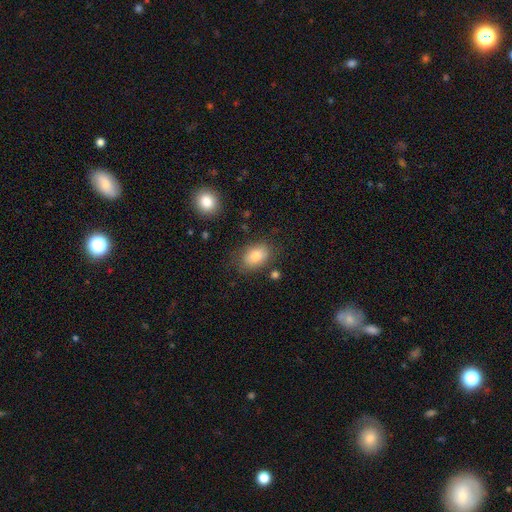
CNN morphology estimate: Q: Smooth or featured?
A: smooth (81%); runner-up: featured or disk (10%)
Q: How rounded?
A: in between (86%); runner-up: round (13%)
Q: Merging?
A: none (77%); runner-up: minor disturbance (15%)